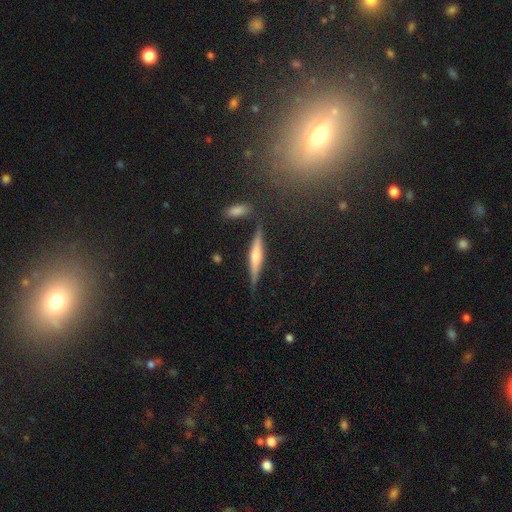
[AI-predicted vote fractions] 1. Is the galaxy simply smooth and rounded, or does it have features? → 68% featured or disk, 24% smooth, 8% star or artifact.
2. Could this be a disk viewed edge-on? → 96% yes, 4% no.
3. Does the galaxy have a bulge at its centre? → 74% rounded, 16% boxy, 10% none.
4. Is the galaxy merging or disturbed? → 81% none, 12% minor disturbance, 4% merger, 3% major disturbance.